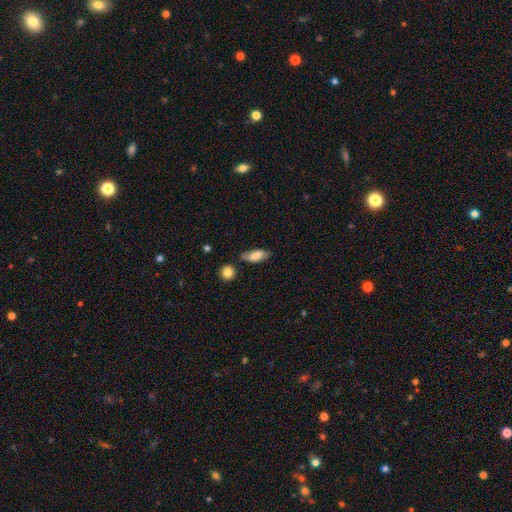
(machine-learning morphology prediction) Smooth or featured? smooth (78%)
How rounded? in between (77%)
Merging? none (72%)